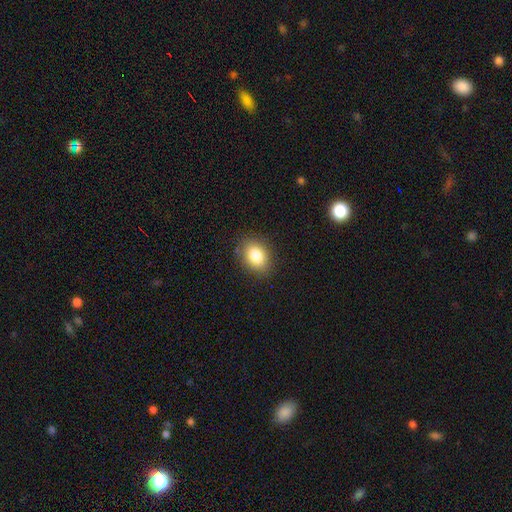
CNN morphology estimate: A smooth galaxy with no disk features (83%) that is in between round and cigar-shaped (63%).

Vote fractions:
- Smooth or featured? smooth: 83% / star or artifact: 10% / featured or disk: 8%
- How rounded? in between: 63% / round: 36% / cigar-shaped: 1%
- Merging? none: 85% / minor disturbance: 11% / major disturbance: 3% / merger: 1%